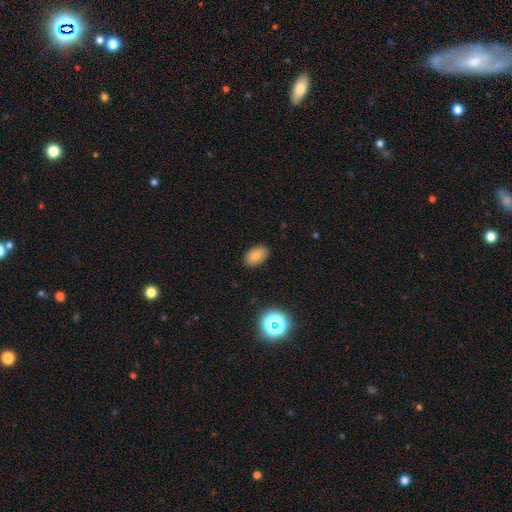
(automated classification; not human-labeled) This is clearly a smooth galaxy (81%). How rounded: clearly in between (91%). Merging: clearly none (88%).